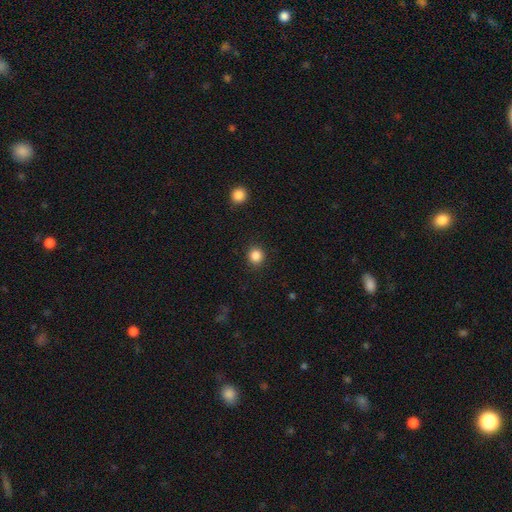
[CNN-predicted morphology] The model was most divided on "smooth or featured": smooth: 86%, star or artifact: 11%, featured or disk: 4%. More confident: merging — none (91%); how rounded — round (91%).